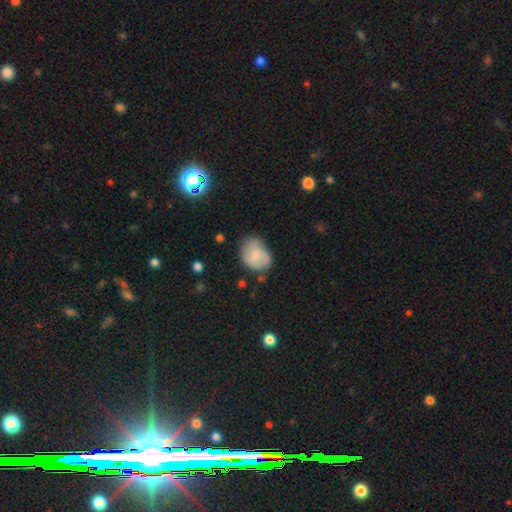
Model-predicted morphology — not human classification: A smooth galaxy with no disk features (70%) that is in between round and cigar-shaped (52%). Merging: none (47%).